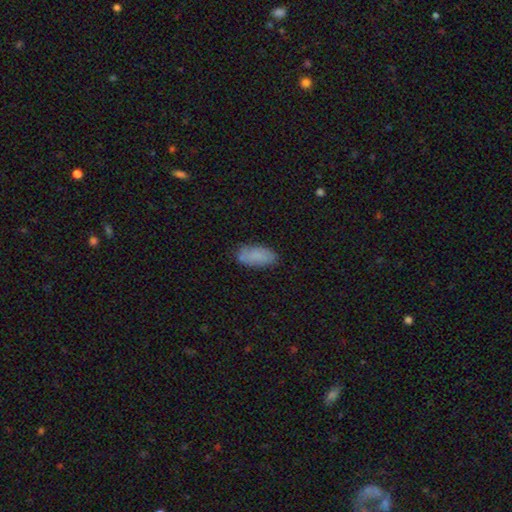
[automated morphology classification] Overall: smooth (79%). How rounded: in between (91%). Merging: none (72%).